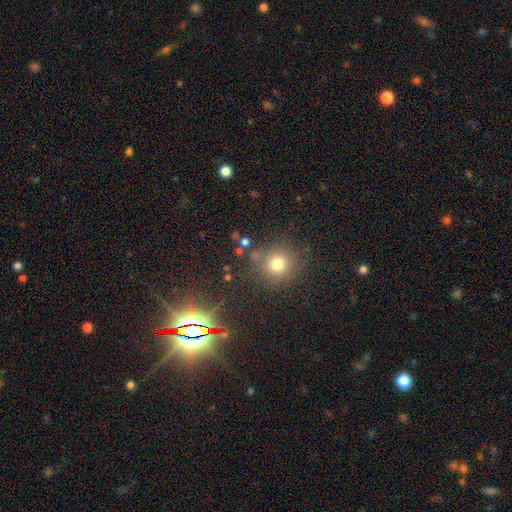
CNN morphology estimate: smooth_or_featured: smooth (p=0.57) [alt: star or artifact p=0.34]
how_rounded: round (p=0.91) [alt: in between p=0.08]
merging: none (p=0.82) [alt: minor disturbance p=0.09]